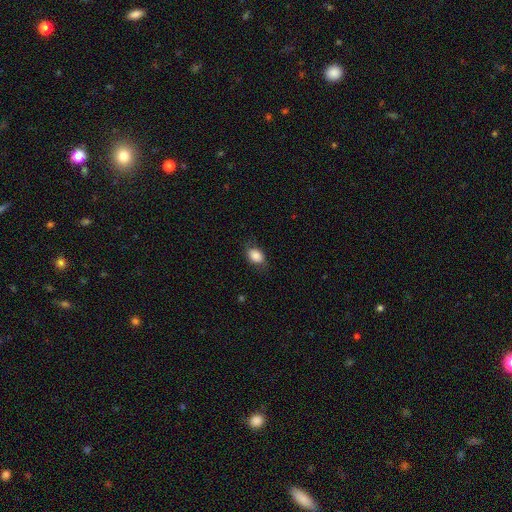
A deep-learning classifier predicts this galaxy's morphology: A smooth galaxy with no disk features (85%) that is in between round and cigar-shaped (77%). Merging: none (74%).